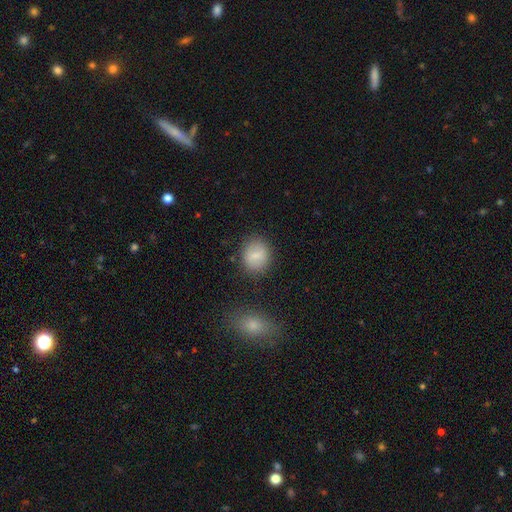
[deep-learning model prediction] Smooth or featured?
  - smooth: 80% *
  - featured or disk: 12%
  - star or artifact: 8%
How rounded?
  - round: 71% *
  - in between: 28%
  - cigar-shaped: 1%
Merging?
  - none: 82% *
  - minor disturbance: 11%
  - major disturbance: 3%
  - merger: 3%